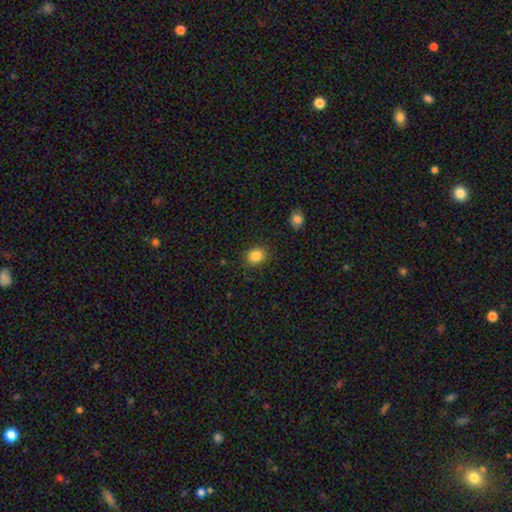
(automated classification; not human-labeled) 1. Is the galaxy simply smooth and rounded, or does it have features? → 85% smooth, 10% star or artifact, 5% featured or disk.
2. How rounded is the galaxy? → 64% round, 36% in between, 1% cigar-shaped.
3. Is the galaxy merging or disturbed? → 87% none, 9% minor disturbance, 3% major disturbance, 1% merger.